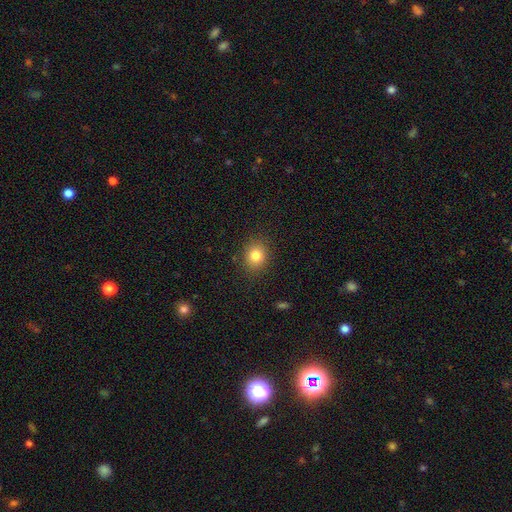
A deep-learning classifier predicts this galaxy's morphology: Q: Smooth or featured?
A: smooth (82%); runner-up: star or artifact (11%)
Q: How rounded?
A: round (65%); runner-up: in between (34%)
Q: Merging?
A: none (87%); runner-up: minor disturbance (9%)